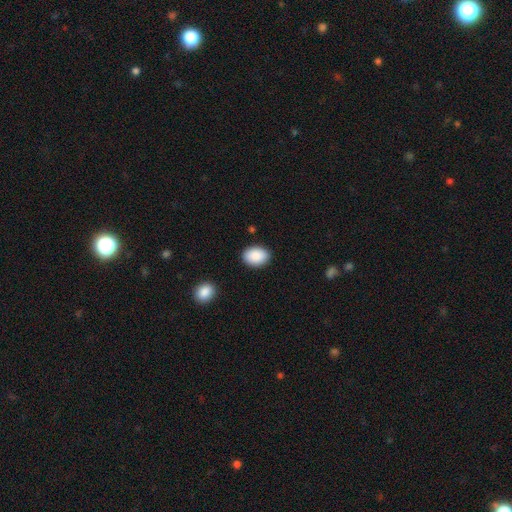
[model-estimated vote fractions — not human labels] A smooth galaxy with no disk features (90%) that is in between round and cigar-shaped (79%). Merging: none (88%).